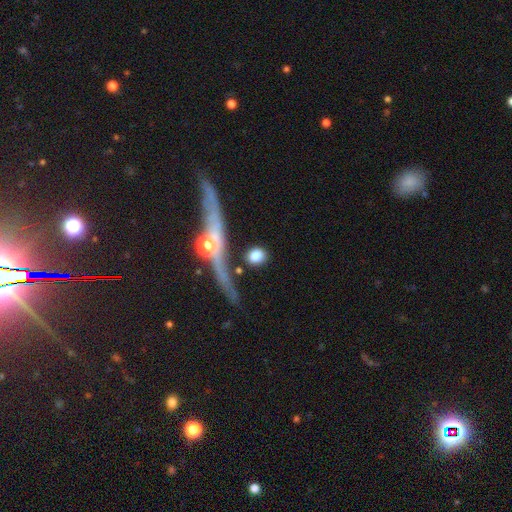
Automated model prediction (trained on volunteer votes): Smooth or featured? smooth (76%)
How rounded? round (66%)
Merging? none (79%)